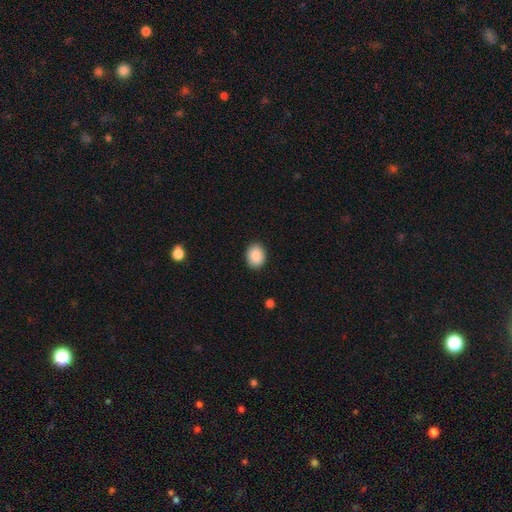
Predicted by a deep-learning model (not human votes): Smooth or featured?
  - smooth: 90% *
  - star or artifact: 7%
  - featured or disk: 3%
How rounded?
  - in between: 55% *
  - round: 44%
  - cigar-shaped: 1%
Merging?
  - none: 90% *
  - minor disturbance: 7%
  - major disturbance: 2%
  - merger: 1%